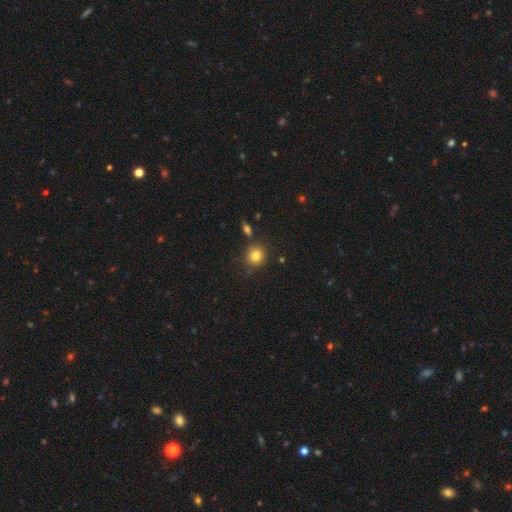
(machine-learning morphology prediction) Smooth or featured? Predicted: smooth (p=0.80). How rounded? Predicted: round (p=0.86). Merging? Predicted: none (p=0.81).